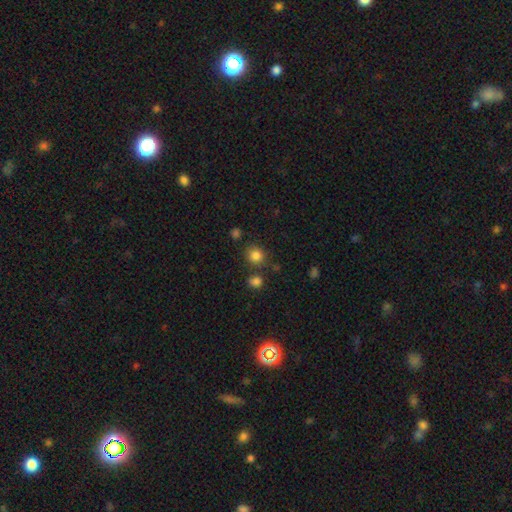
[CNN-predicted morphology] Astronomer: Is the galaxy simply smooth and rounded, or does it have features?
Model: smooth — 83%.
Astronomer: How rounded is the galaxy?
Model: round — 85%.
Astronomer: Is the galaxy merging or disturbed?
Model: none — 78%.